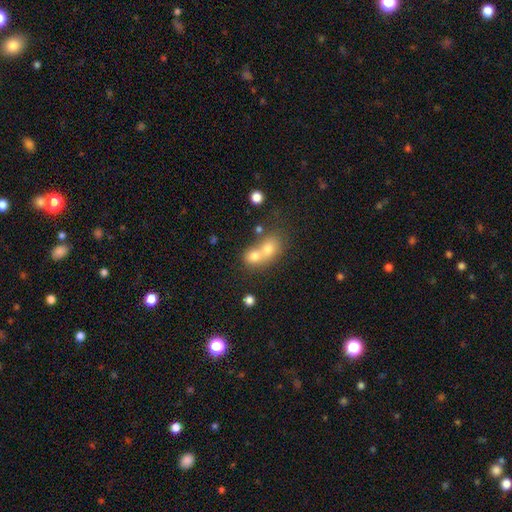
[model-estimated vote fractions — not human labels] Q: Smooth or featured?
A: smooth (67%); runner-up: featured or disk (20%)
Q: How rounded?
A: round (59%); runner-up: in between (39%)
Q: Merging?
A: merger (70%); runner-up: none (21%)